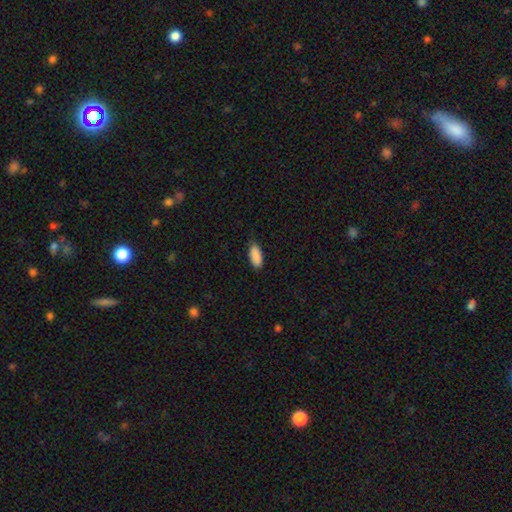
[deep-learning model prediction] The model was most divided on "merging": none: 81%, minor disturbance: 16%, major disturbance: 2%, merger: 1%. More confident: smooth or featured — smooth (90%); how rounded — in between (84%).